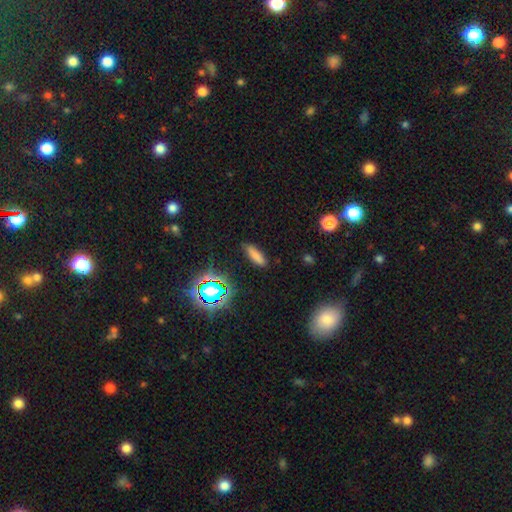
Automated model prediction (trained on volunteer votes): Smooth or featured: smooth — 75% (star or artifact — 16%)
How rounded: cigar-shaped — 53% (in between — 44%)
Merging: none — 85% (minor disturbance — 11%)